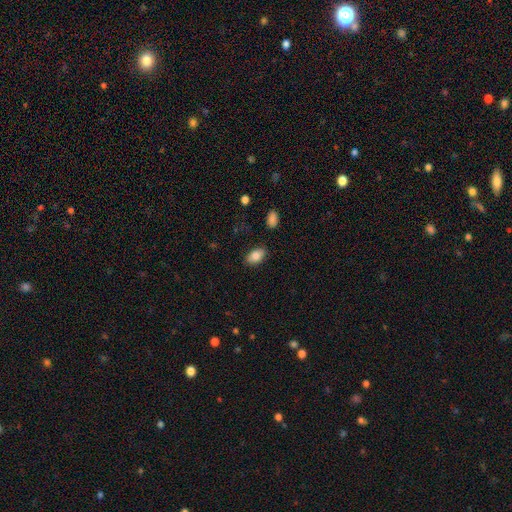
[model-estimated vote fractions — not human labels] A smooth galaxy with no disk features (82%) that is in between round and cigar-shaped (92%). Merging: none (82%).